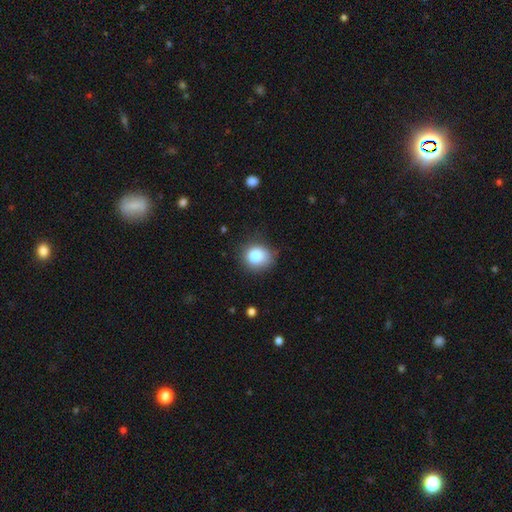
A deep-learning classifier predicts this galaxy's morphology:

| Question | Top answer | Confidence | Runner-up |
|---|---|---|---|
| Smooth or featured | smooth | 83% | star or artifact (10%) |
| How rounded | round | 75% | in between (24%) |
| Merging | none | 76% | minor disturbance (18%) |